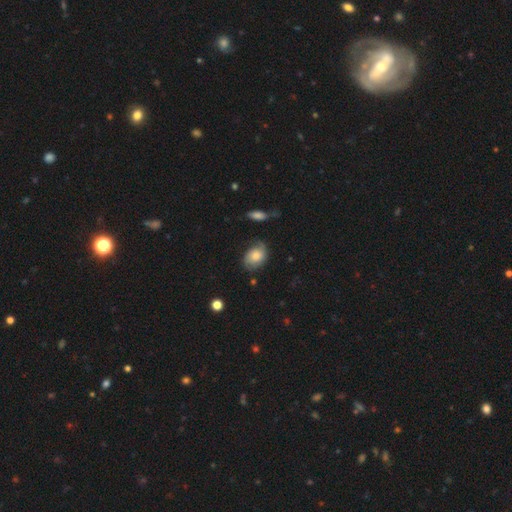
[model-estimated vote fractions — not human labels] Smooth or featured? smooth (46%, tied with featured or disk)
Merging? none (59%)